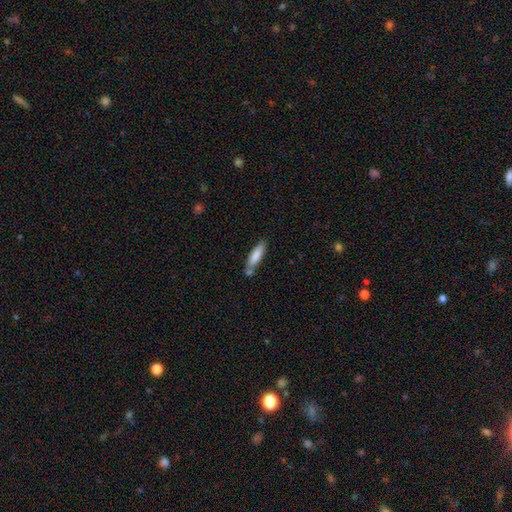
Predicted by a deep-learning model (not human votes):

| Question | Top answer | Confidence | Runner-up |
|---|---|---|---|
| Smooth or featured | smooth | 81% | featured or disk (13%) |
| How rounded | cigar-shaped | 69% | in between (30%) |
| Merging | none | 60% | minor disturbance (18%) |